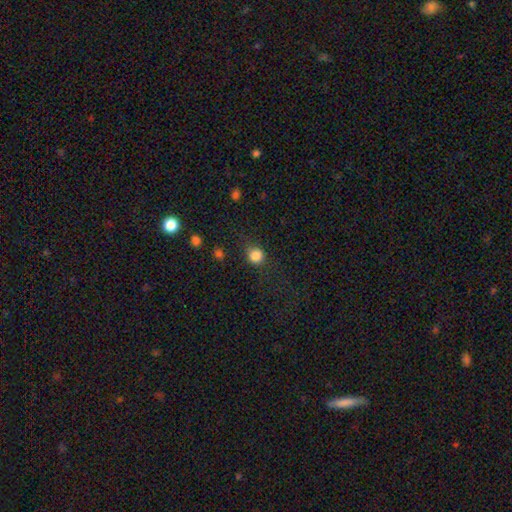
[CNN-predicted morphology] This is clearly a smooth galaxy (84%). How rounded: clearly round (90%). Merging: likely none (79%).